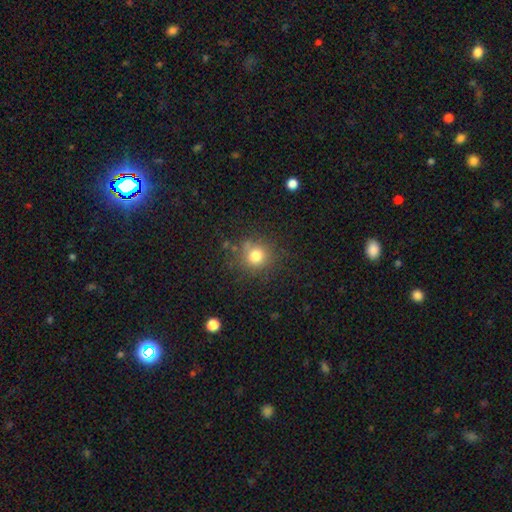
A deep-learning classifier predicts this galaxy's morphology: Q: Smooth or featured?
A: smooth (77%); runner-up: star or artifact (15%)
Q: How rounded?
A: round (89%); runner-up: in between (10%)
Q: Merging?
A: none (79%); runner-up: minor disturbance (12%)